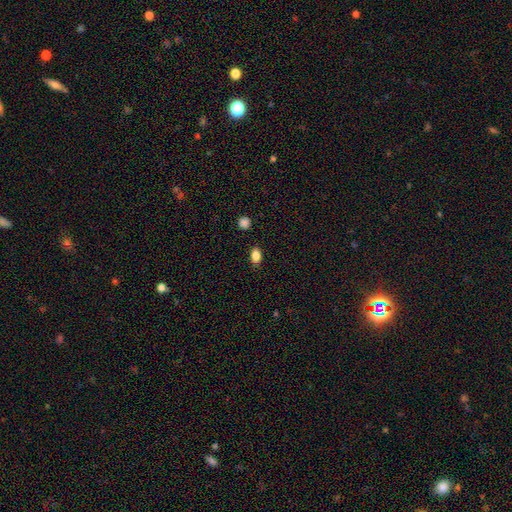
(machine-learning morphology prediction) The model was most divided on "how rounded": in between: 83%, round: 14%, cigar-shaped: 3%. More confident: merging — none (86%); smooth or featured — smooth (85%).